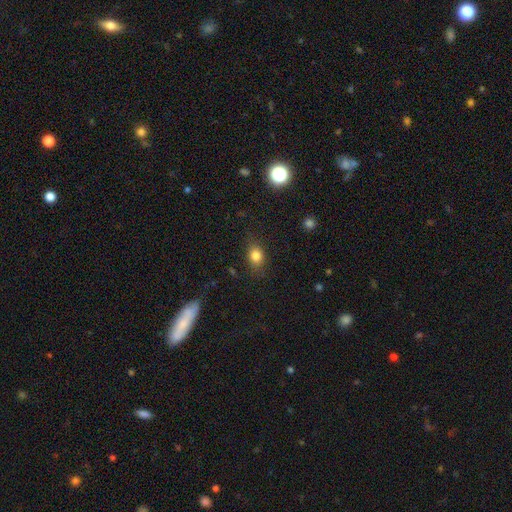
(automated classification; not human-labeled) The model was most divided on "how rounded": in between: 56%, round: 43%, cigar-shaped: 2%. More confident: smooth or featured — smooth (81%); merging — none (78%).